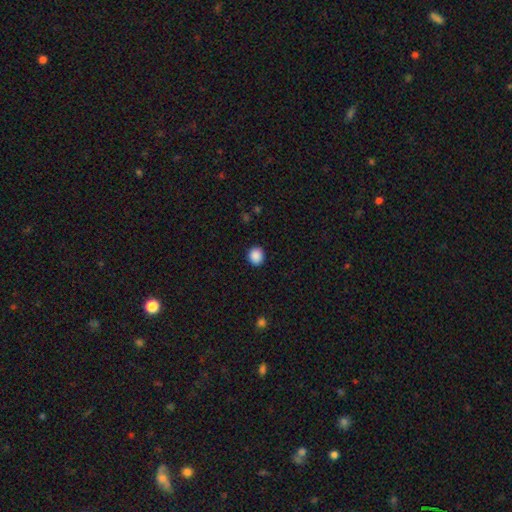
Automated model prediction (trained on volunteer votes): A smooth galaxy with no disk features (89%) that is round (82%). Merging: none (91%).